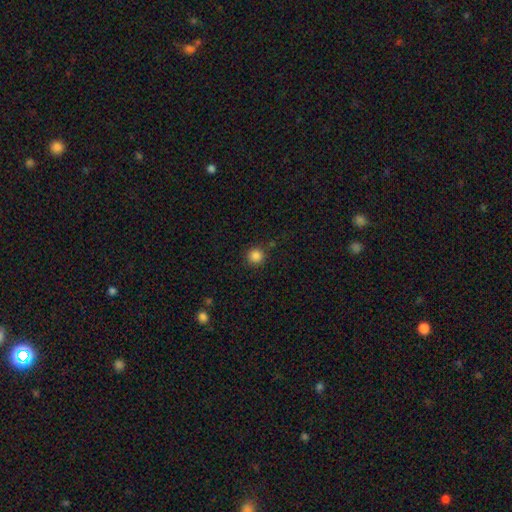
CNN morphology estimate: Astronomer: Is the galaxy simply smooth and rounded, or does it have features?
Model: smooth — 85%.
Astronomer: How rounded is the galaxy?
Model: round — 94%.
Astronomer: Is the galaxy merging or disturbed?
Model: none — 87%.